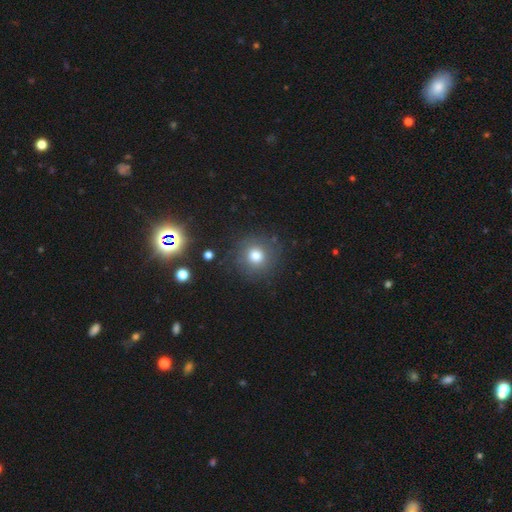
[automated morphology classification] smooth-or-featured: smooth: 75% | star or artifact: 14% | featured or disk: 11%
  how-rounded: round: 92% | in between: 7% | cigar-shaped: 1%
  merging: none: 83% | minor disturbance: 10% | major disturbance: 5% | merger: 2%